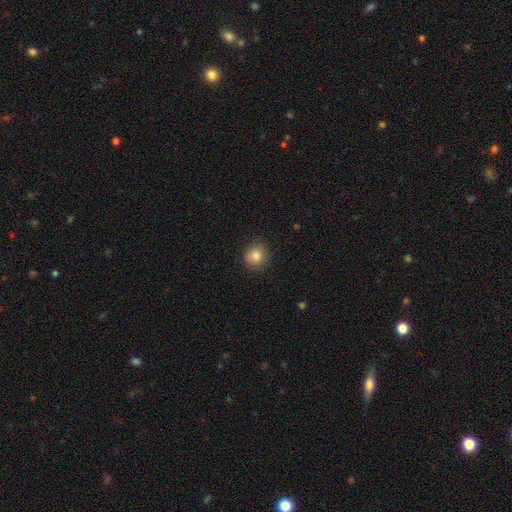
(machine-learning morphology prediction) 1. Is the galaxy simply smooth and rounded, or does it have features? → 82% smooth, 10% star or artifact, 8% featured or disk.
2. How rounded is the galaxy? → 87% round, 12% in between, 1% cigar-shaped.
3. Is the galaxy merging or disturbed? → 86% none, 10% minor disturbance, 2% major disturbance, 1% merger.